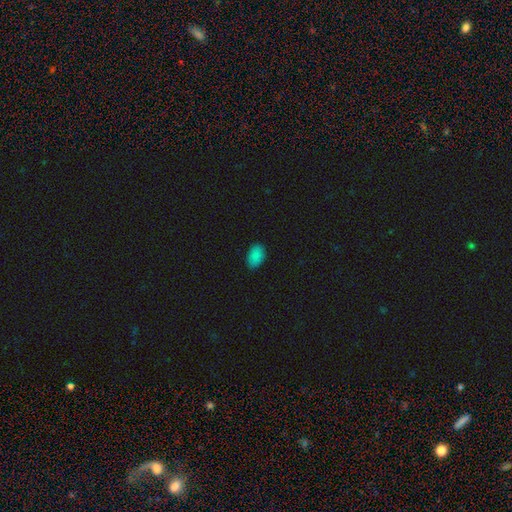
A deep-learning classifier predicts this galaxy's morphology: The model was most divided on "merging": none: 87%, minor disturbance: 10%, major disturbance: 2%, merger: 1%. More confident: how rounded — in between (90%); smooth or featured — smooth (87%).